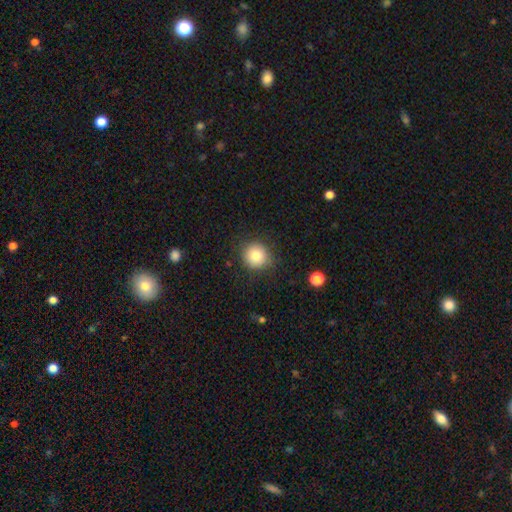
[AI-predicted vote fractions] Smooth or featured: smooth — 80% (star or artifact — 10%)
How rounded: round — 91% (in between — 8%)
Merging: none — 84% (minor disturbance — 11%)